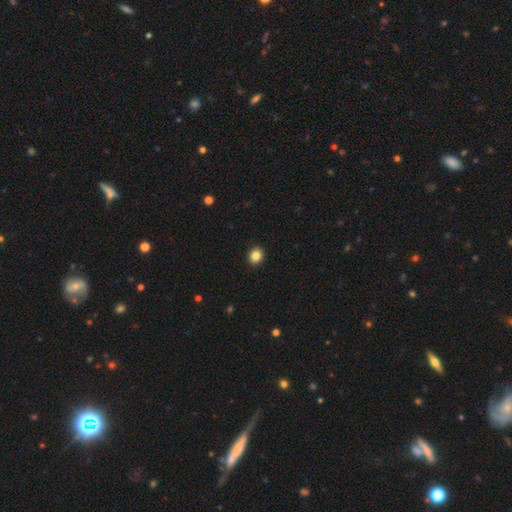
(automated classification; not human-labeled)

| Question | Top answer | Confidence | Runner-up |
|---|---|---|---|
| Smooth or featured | smooth | 85% | star or artifact (10%) |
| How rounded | round | 74% | in between (26%) |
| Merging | none | 92% | minor disturbance (5%) |